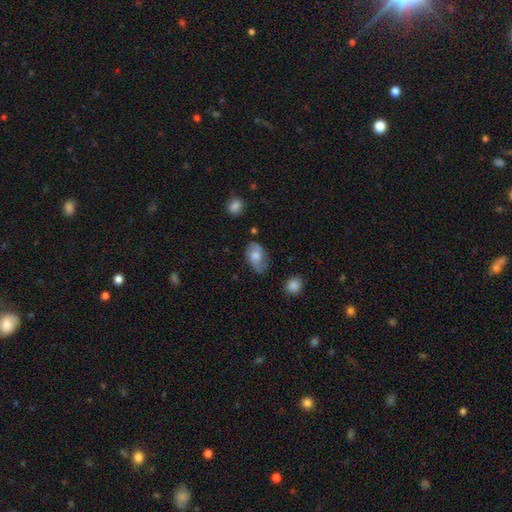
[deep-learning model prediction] Smooth or featured? Predicted: smooth (p=0.60). How rounded? Predicted: in between (p=0.90). Merging? Predicted: none (p=0.65).